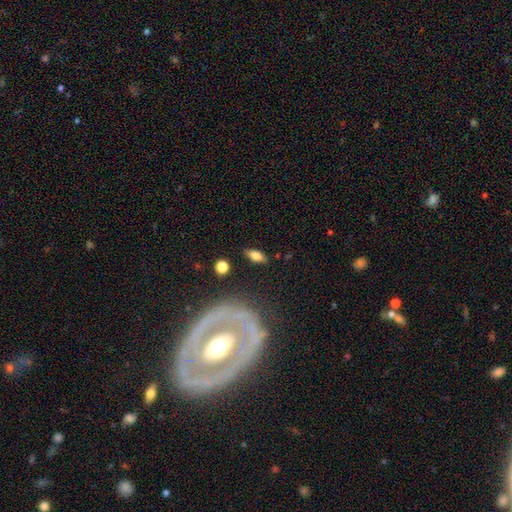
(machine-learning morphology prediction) Smooth or featured? smooth (66%)
How rounded? in between (81%)
Merging? none (84%)